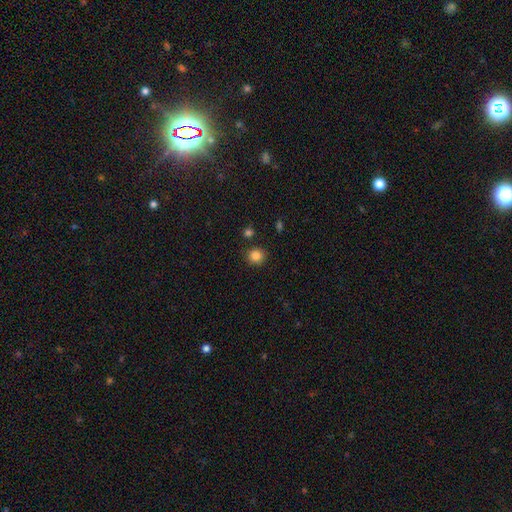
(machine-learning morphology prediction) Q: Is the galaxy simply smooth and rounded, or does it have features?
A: smooth — 85%.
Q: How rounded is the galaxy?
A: round — 91%.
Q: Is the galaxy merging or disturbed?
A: none — 87%.